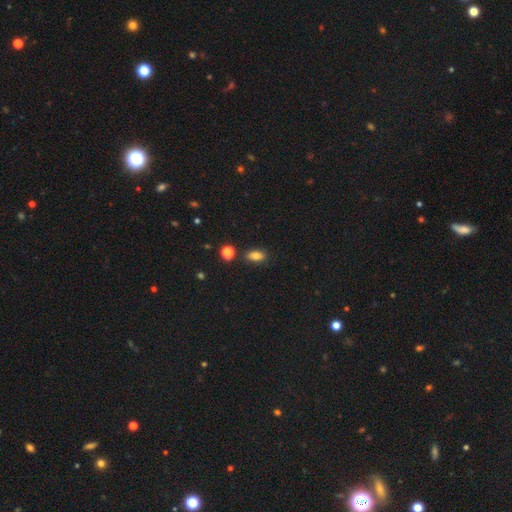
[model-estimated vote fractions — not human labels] Smooth or featured: smooth — 80% (star or artifact — 11%)
How rounded: in between — 86% (round — 9%)
Merging: none — 82% (minor disturbance — 11%)